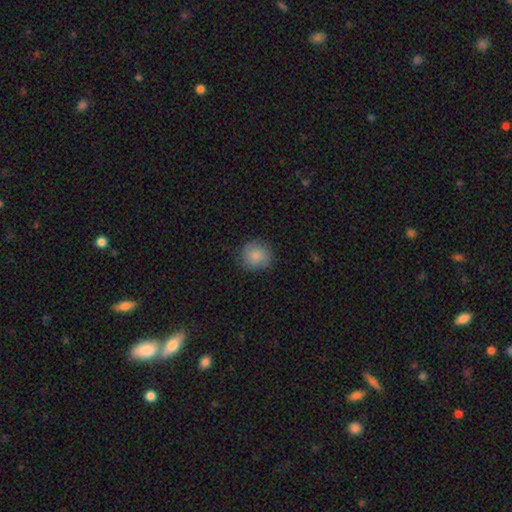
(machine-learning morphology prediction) A smooth galaxy with no disk features (85%) that is round (90%).

Vote fractions:
- Smooth or featured? smooth: 85% / featured or disk: 8% / star or artifact: 8%
- How rounded? round: 90% / in between: 9% / cigar-shaped: 1%
- Merging? none: 84% / minor disturbance: 12% / major disturbance: 3% / merger: 1%